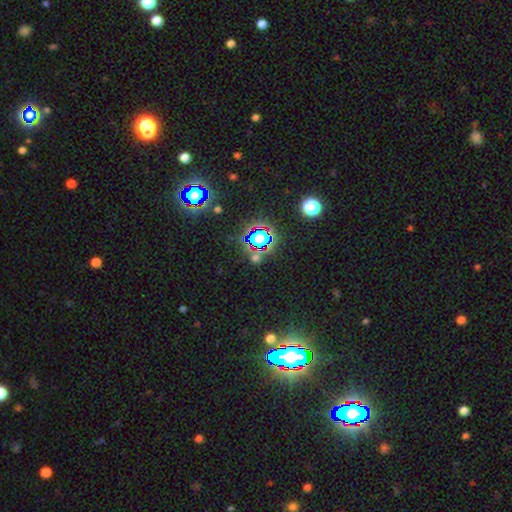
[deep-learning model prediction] Smooth or featured? Predicted: star or artifact (p=0.73).